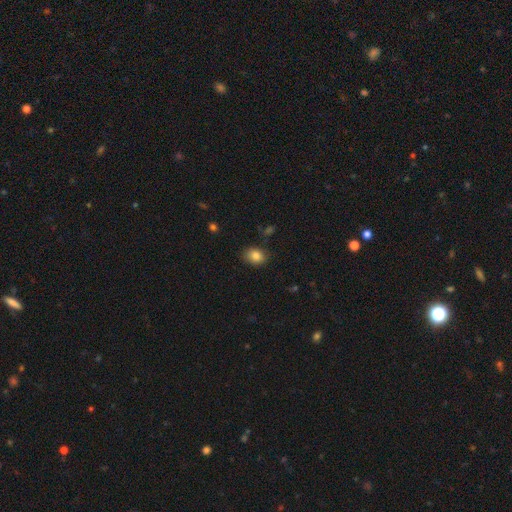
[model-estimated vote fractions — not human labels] A smooth galaxy with no disk features (83%) that is in between round and cigar-shaped (65%).

Vote fractions:
- Smooth or featured? smooth: 83% / star or artifact: 10% / featured or disk: 7%
- How rounded? in between: 65% / round: 34% / cigar-shaped: 1%
- Merging? none: 80% / minor disturbance: 15% / major disturbance: 3% / merger: 2%